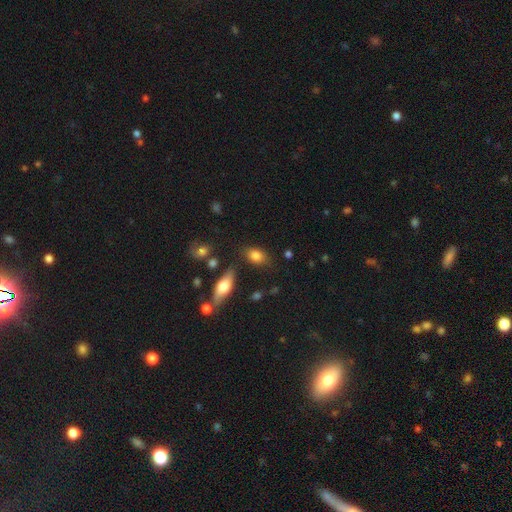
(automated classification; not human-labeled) smooth-or-featured: smooth: 82% | featured or disk: 9% | star or artifact: 9%
  how-rounded: in between: 79% | round: 18% | cigar-shaped: 4%
  merging: none: 73% | minor disturbance: 16% | merger: 6% | major disturbance: 5%